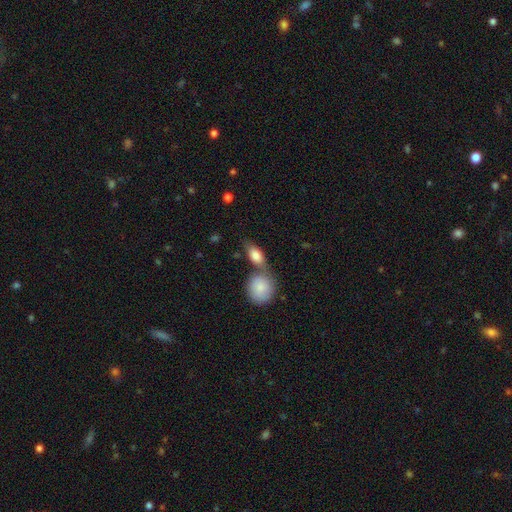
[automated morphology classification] type=smooth (83%); roundness=in between (81%); merging=none (45%).